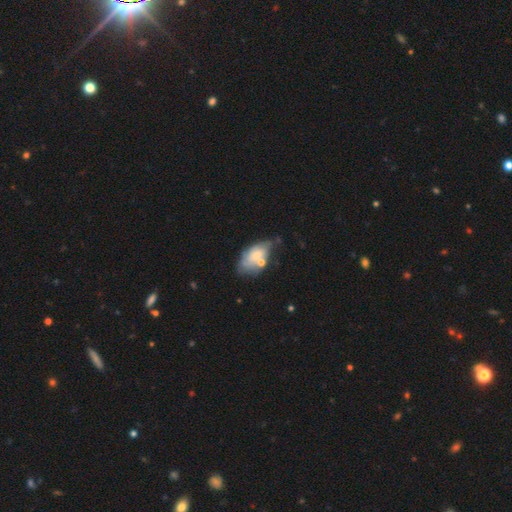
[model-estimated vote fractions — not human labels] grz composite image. It shows a smooth galaxy with no disk features (52%) that is in between round and cigar-shaped (90%). Merging: none (39%).